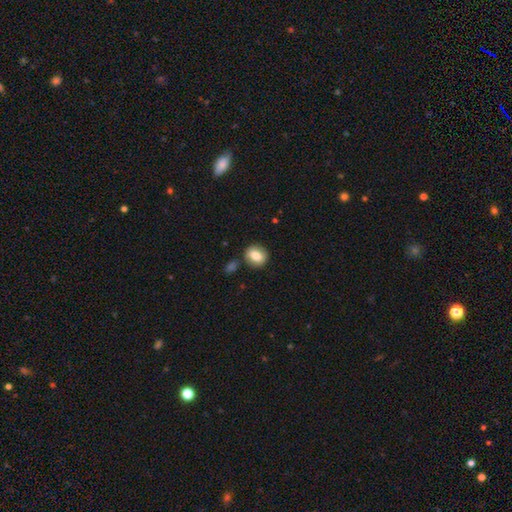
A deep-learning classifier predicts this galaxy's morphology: A smooth galaxy with no disk features (78%) that is round (63%). Merging: none (81%).